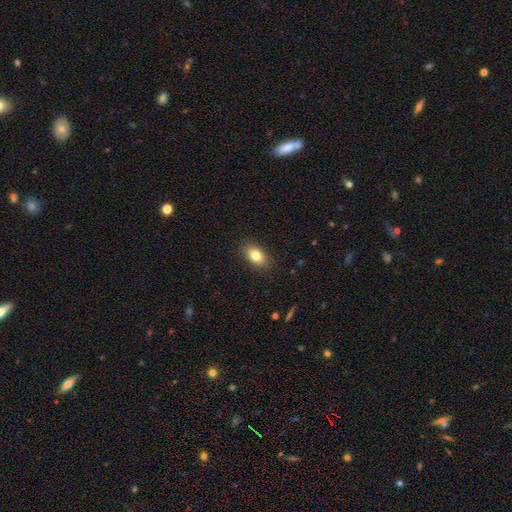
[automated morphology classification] Overall: smooth (81%). How rounded: in between (88%). Merging: none (87%).